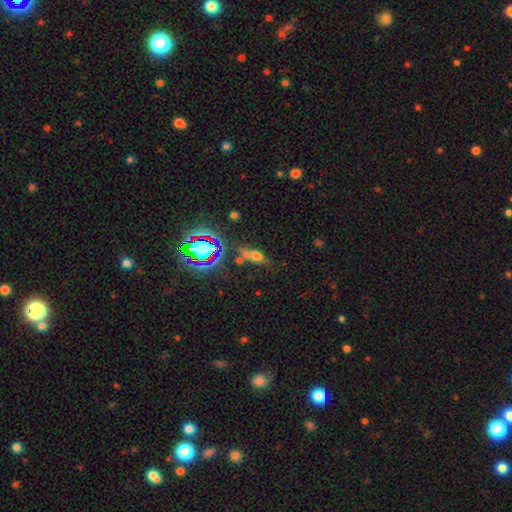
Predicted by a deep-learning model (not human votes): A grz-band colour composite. It shows a smooth galaxy with no disk features (53%) that is in between round and cigar-shaped (61%). Merging: none (54%).